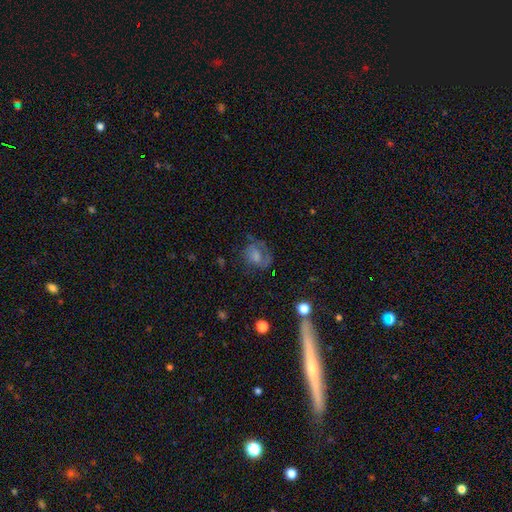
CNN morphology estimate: smooth 58%, featured or disk 30%, star or artifact 12%. Down the decision tree: how rounded — round (56%); merging — none (47%).